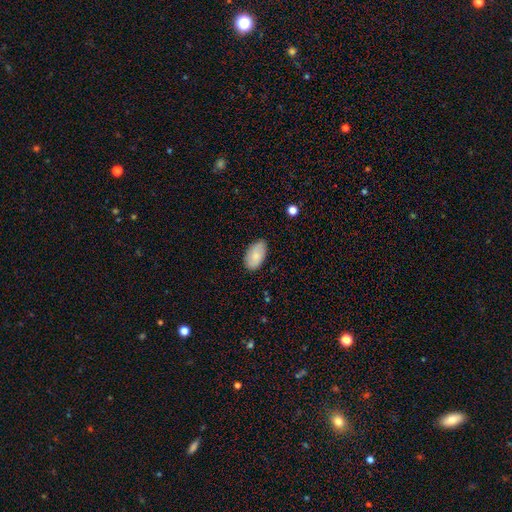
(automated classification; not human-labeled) smooth 82%, featured or disk 12%, star or artifact 6%. Down the decision tree: how rounded — in between (95%); merging — none (81%).